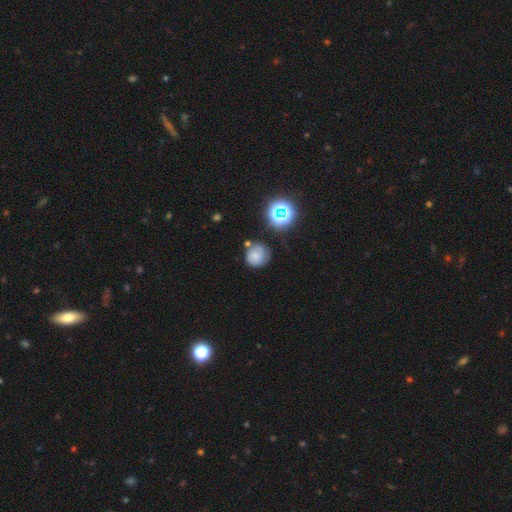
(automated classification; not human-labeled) Q: Smooth or featured?
A: smooth (66%); runner-up: featured or disk (17%)
Q: How rounded?
A: round (87%); runner-up: in between (12%)
Q: Merging?
A: none (63%); runner-up: minor disturbance (22%)